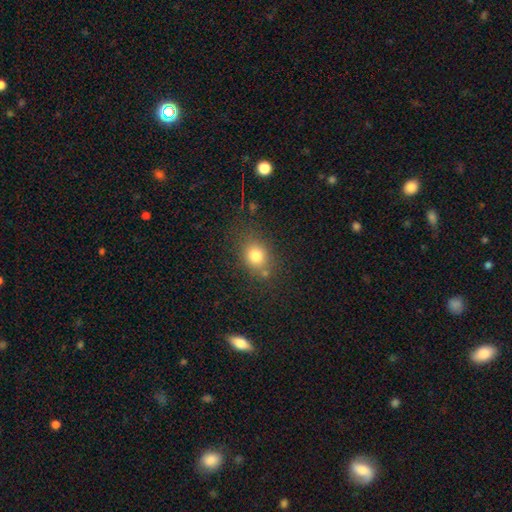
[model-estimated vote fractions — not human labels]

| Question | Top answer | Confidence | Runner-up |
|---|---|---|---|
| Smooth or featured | smooth | 78% | star or artifact (13%) |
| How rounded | round | 57% | in between (42%) |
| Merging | none | 74% | minor disturbance (14%) |